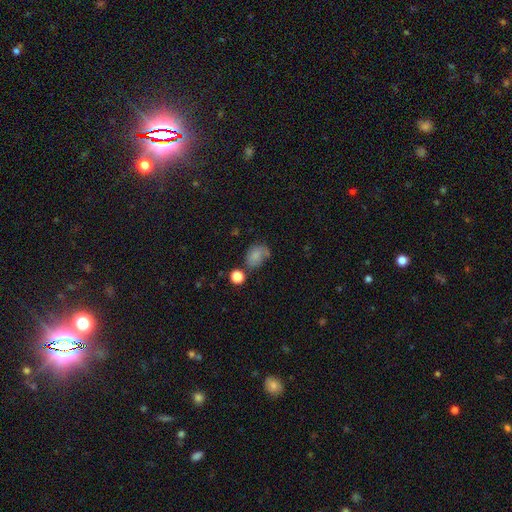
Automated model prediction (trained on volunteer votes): The model was most divided on "merging": none: 47%, minor disturbance: 29%, major disturbance: 14%, merger: 10%. More confident: smooth or featured — smooth (72%); how rounded — in between (67%).